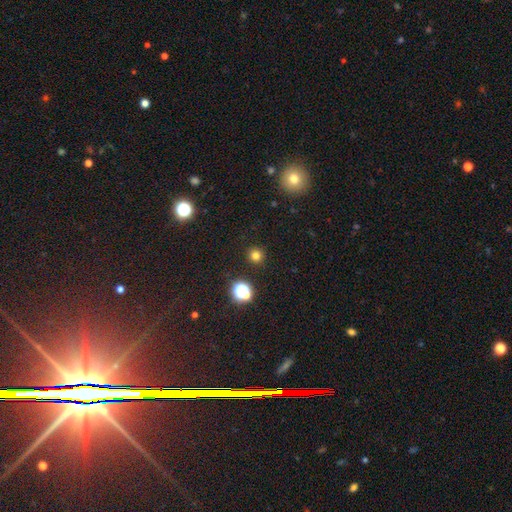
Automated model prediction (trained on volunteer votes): smooth-or-featured: smooth: 76% | star or artifact: 19% | featured or disk: 5%
  how-rounded: round: 95% | in between: 4% | cigar-shaped: 1%
  merging: none: 92% | minor disturbance: 5% | major disturbance: 2% | merger: 1%